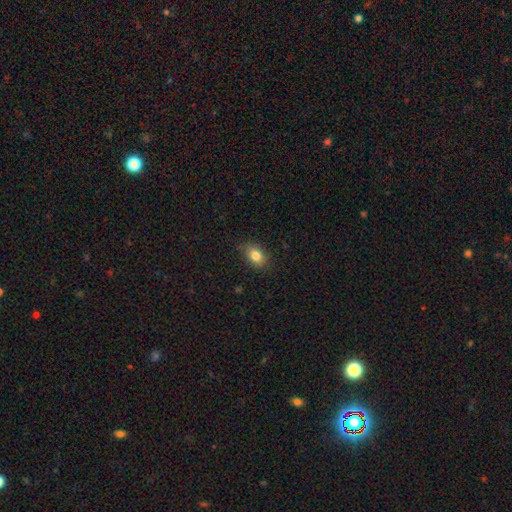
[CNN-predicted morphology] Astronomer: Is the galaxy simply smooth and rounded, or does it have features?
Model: smooth — 83%.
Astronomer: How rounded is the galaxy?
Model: in between — 79%.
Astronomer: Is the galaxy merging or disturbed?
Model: none — 81%.